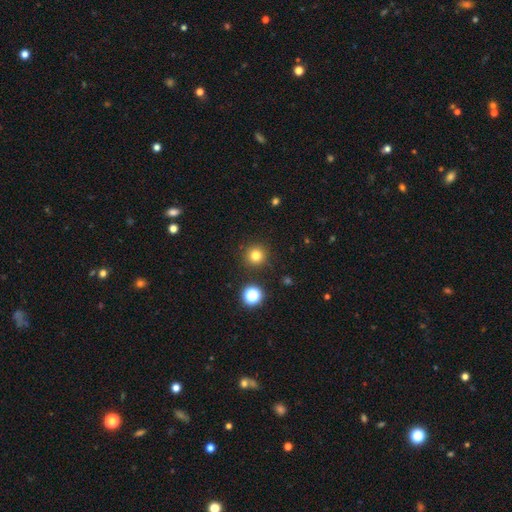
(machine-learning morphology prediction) Smooth or featured: smooth — 78% (star or artifact — 16%)
How rounded: round — 95% (in between — 4%)
Merging: none — 90% (minor disturbance — 6%)